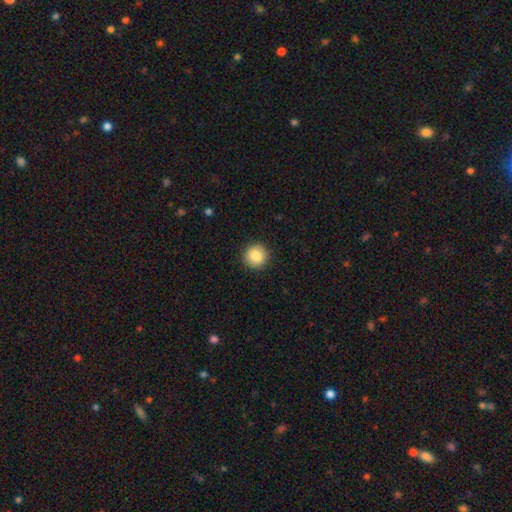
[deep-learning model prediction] smooth_or_featured: smooth (p=0.86) [alt: star or artifact p=0.09]
how_rounded: round (p=0.94) [alt: in between p=0.05]
merging: none (p=0.92) [alt: minor disturbance p=0.05]